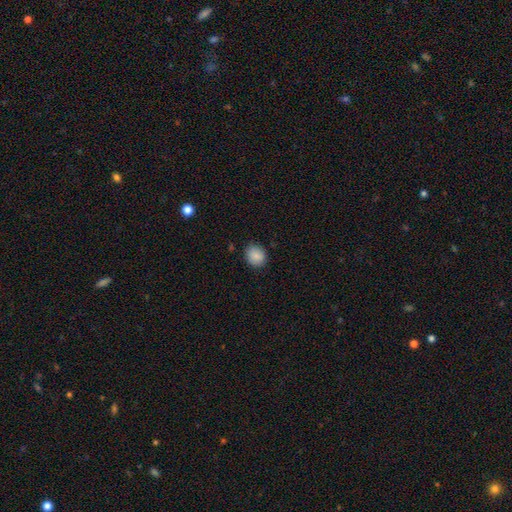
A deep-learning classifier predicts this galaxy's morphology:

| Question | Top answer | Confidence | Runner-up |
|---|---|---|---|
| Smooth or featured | smooth | 88% | star or artifact (8%) |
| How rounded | round | 68% | in between (32%) |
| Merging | none | 85% | minor disturbance (11%) |